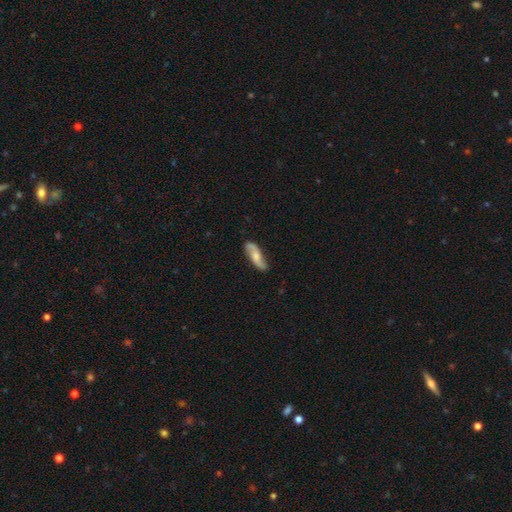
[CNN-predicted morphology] smooth_or_featured: featured or disk (p=0.61) [alt: smooth p=0.33]
disk_edge_on: no (p=0.83) [alt: yes p=0.17]
bar: no (p=0.62) [alt: weak p=0.30]
has_spiral_arms: yes (p=0.92) [alt: no p=0.08]
bulge_size: moderate (p=0.51) [alt: small p=0.30]
merging: none (p=0.80) [alt: minor disturbance p=0.15]